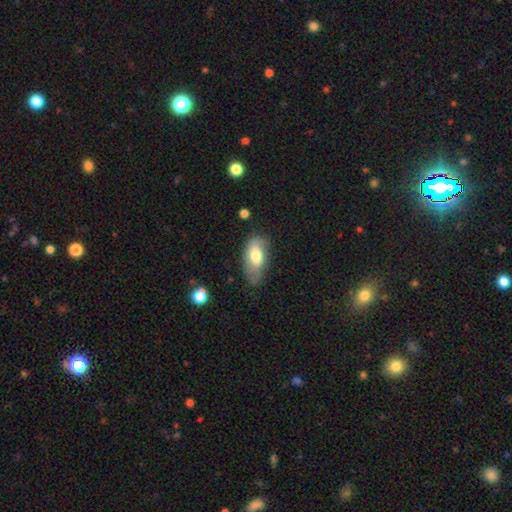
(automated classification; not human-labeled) This appears to be a smooth galaxy with no disk features (65%) that is in between round and cigar-shaped (90%). Merging: none (56%).